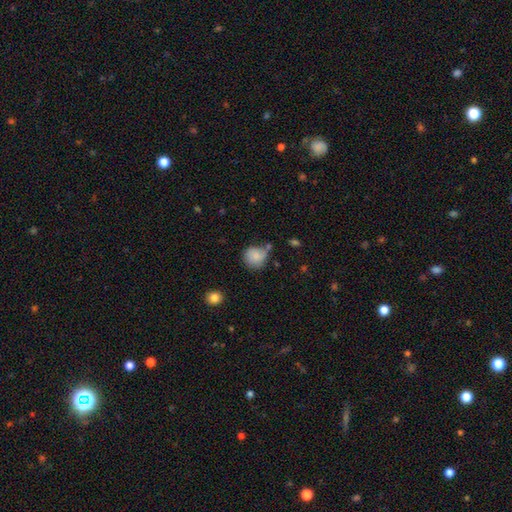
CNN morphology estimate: Q: Smooth or featured?
A: smooth (82%); runner-up: featured or disk (9%)
Q: How rounded?
A: round (82%); runner-up: in between (17%)
Q: Merging?
A: none (55%); runner-up: minor disturbance (27%)